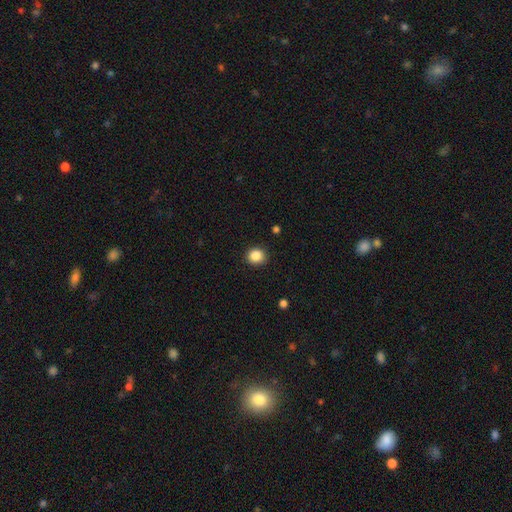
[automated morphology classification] This is clearly a smooth galaxy (87%). How rounded: clearly round (81%). Merging: clearly none (90%).